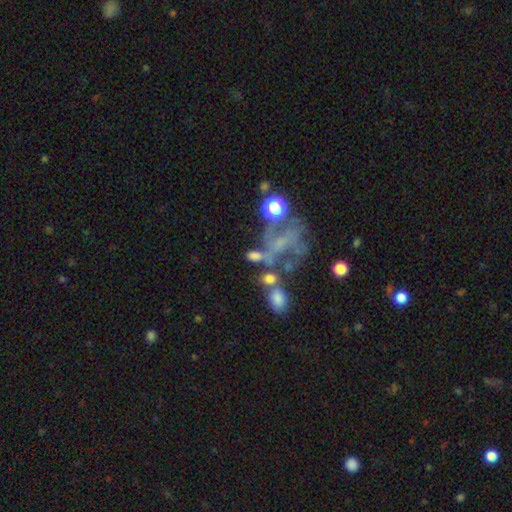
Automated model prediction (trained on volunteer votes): Smooth or featured? smooth (51%)
How rounded? in between (69%)
Merging? merger (32%)